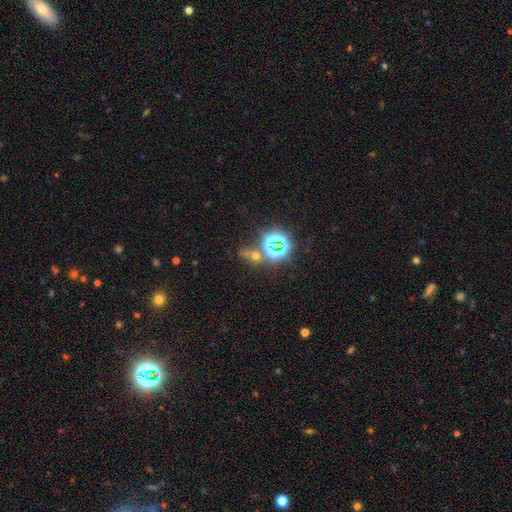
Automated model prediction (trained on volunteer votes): smooth-or-featured: star or artifact: 53% | smooth: 35% | featured or disk: 12%